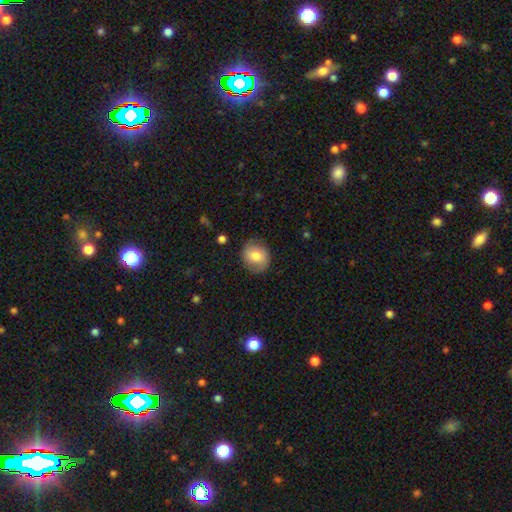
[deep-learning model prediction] Smooth or featured? smooth (73%)
How rounded? round (73%)
Merging? none (82%)